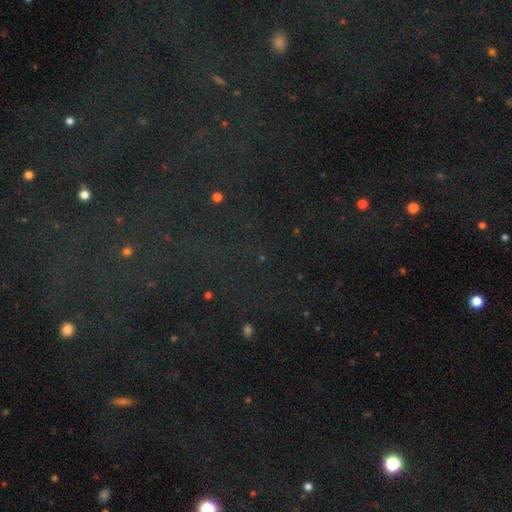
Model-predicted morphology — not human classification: type=star or artifact (82%).